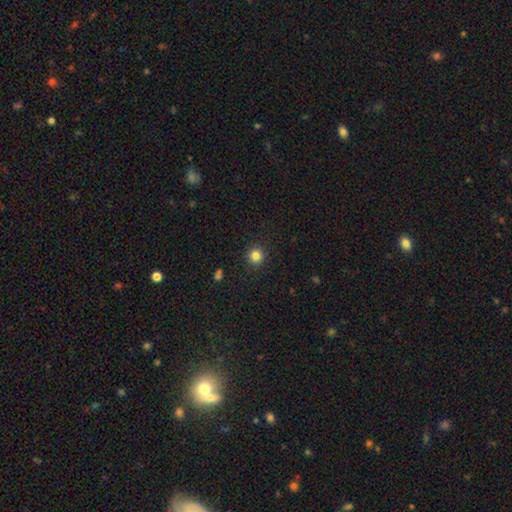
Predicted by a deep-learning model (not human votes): smooth_or_featured: smooth (p=0.83) [alt: star or artifact p=0.12]
how_rounded: round (p=0.93) [alt: in between p=0.06]
merging: none (p=0.91) [alt: minor disturbance p=0.06]